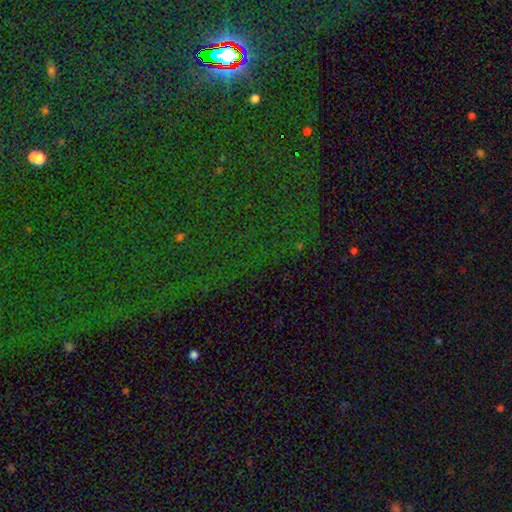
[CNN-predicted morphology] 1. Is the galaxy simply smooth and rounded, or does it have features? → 80% star or artifact, 10% smooth, 10% featured or disk.